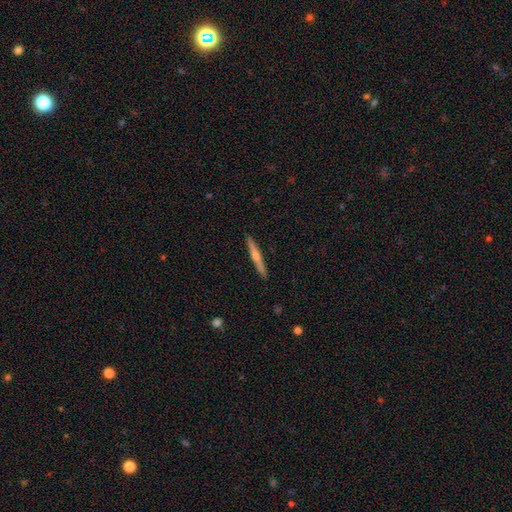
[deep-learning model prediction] Overall: featured or disk (63%; smooth 31%). Edge-on disk: yes (97%). Edge-on bulge: rounded (82%). Merging: none (91%).